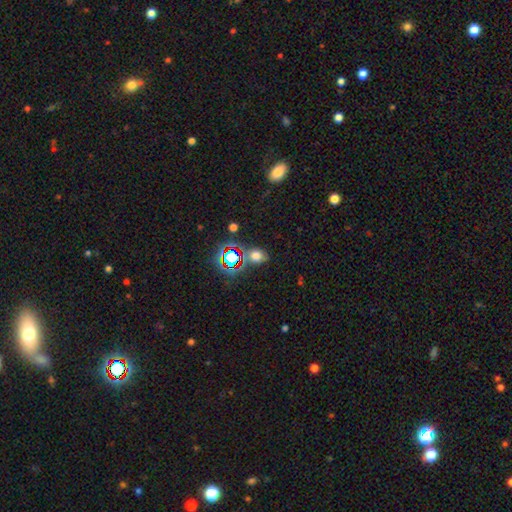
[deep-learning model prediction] This is possibly a smooth galaxy (60%). How rounded: possibly round (49%, tied with in between). Merging: likely none (69%).